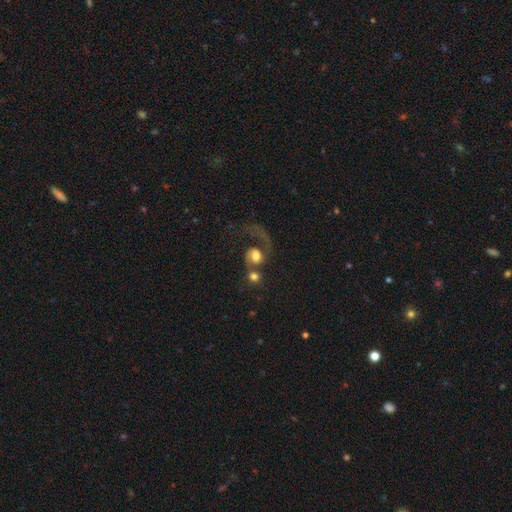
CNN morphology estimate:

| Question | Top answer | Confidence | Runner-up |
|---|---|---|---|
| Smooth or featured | featured or disk | 50% | smooth (40%) |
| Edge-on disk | no | 97% | yes (3%) |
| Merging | merger | 51% | major disturbance (23%) |